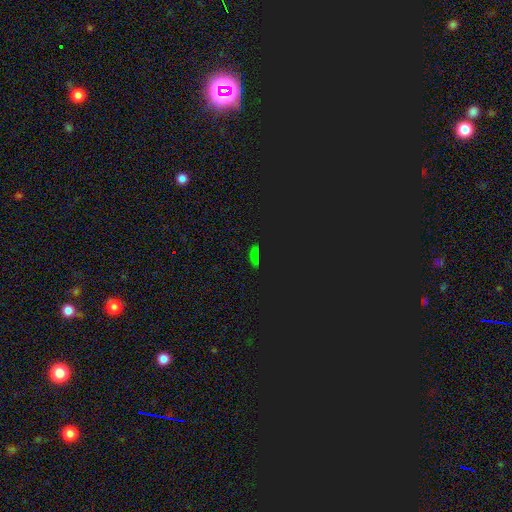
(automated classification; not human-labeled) This appears to be a star or artifact, not a galaxy (50%).